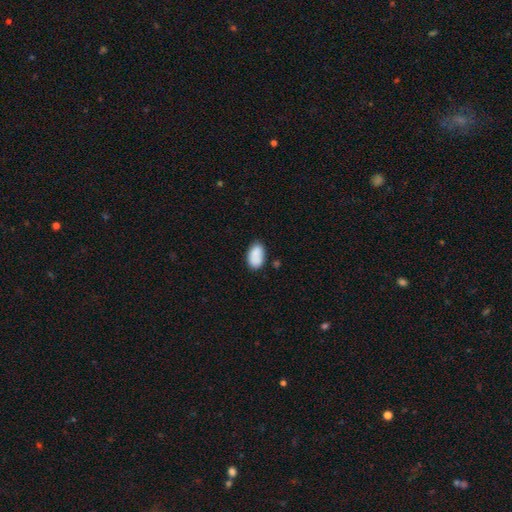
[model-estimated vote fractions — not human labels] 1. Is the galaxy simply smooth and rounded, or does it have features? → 84% smooth, 9% featured or disk, 7% star or artifact.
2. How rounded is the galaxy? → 92% in between, 6% round, 1% cigar-shaped.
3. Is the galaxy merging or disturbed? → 68% none, 19% minor disturbance, 9% merger, 4% major disturbance.